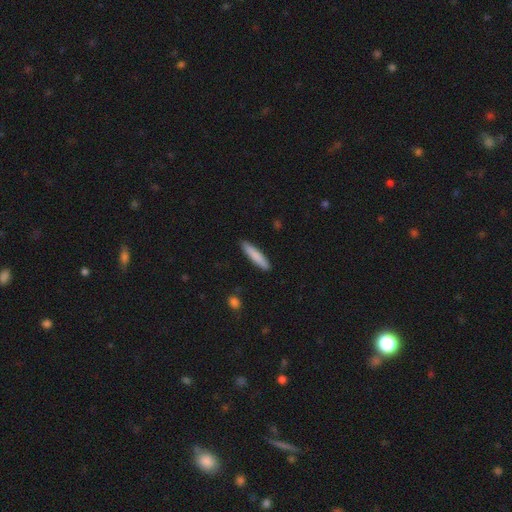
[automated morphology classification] Q: Smooth or featured?
A: smooth (83%); runner-up: featured or disk (12%)
Q: How rounded?
A: cigar-shaped (87%); runner-up: in between (11%)
Q: Merging?
A: none (89%); runner-up: minor disturbance (8%)